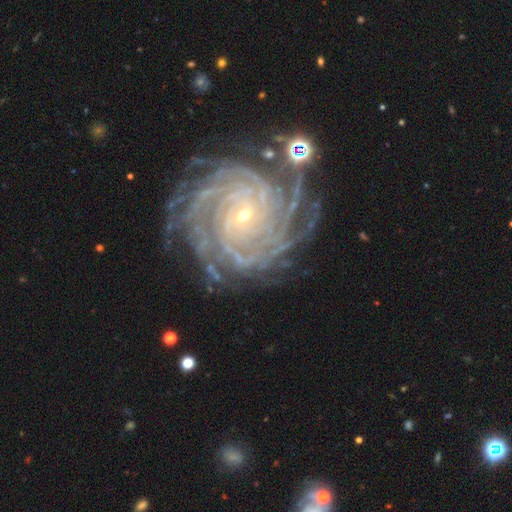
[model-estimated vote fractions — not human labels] Q: Smooth or featured?
A: featured or disk (91%); runner-up: star or artifact (6%)
Q: Edge-on disk?
A: no (98%); runner-up: yes (2%)
Q: Bar?
A: no (56%); runner-up: weak (28%)
Q: Spiral arms?
A: yes (99%); runner-up: no (1%)
Q: Spiral winding?
A: tight (84%); runner-up: medium (14%)
Q: Spiral arm count?
A: more than 4 (32%); runner-up: 4 (25%)
Q: Bulge size?
A: small (80%); runner-up: moderate (17%)
Q: Merging?
A: none (77%); runner-up: minor disturbance (14%)